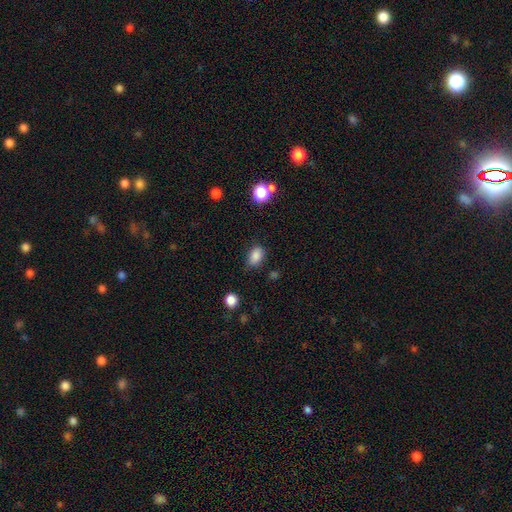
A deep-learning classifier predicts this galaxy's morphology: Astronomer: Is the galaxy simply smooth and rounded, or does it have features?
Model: smooth — 86%.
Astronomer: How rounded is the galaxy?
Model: in between — 83%.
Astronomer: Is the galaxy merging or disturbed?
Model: none — 77%.